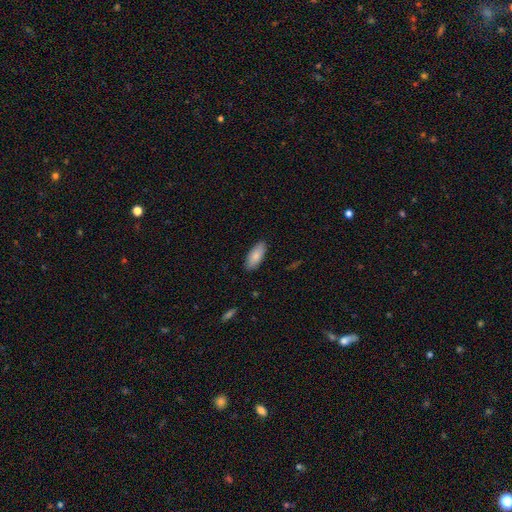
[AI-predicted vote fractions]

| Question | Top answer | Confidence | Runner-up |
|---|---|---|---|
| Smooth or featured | smooth | 86% | featured or disk (9%) |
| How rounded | in between | 83% | cigar-shaped (15%) |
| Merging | none | 88% | minor disturbance (9%) |